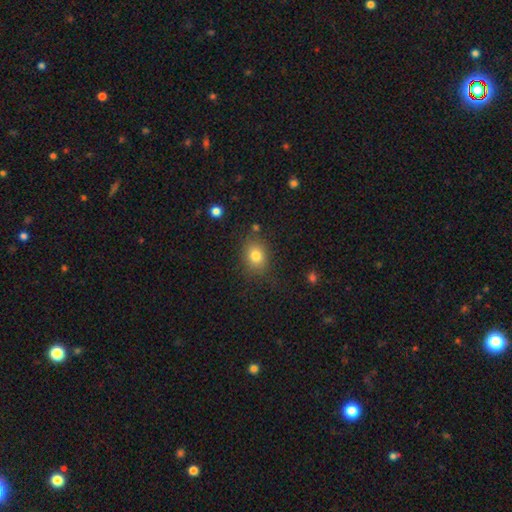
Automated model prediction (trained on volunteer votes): smooth-or-featured: smooth: 80% | star or artifact: 11% | featured or disk: 9%
  how-rounded: in between: 52% | round: 47% | cigar-shaped: 1%
  merging: none: 78% | minor disturbance: 14% | major disturbance: 5% | merger: 3%